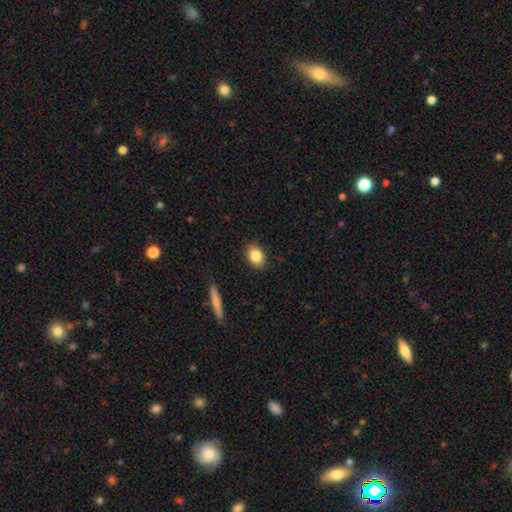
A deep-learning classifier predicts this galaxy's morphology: type=smooth (84%); roundness=in between (76%); merging=none (88%).